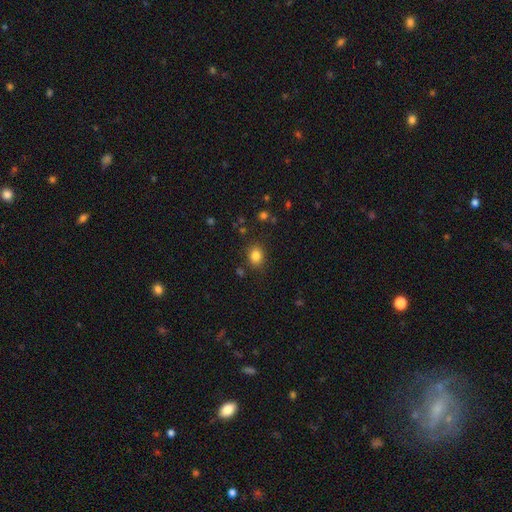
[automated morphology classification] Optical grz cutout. It shows a smooth galaxy with no disk features (83%) that is round (59%). Merging: none (84%).